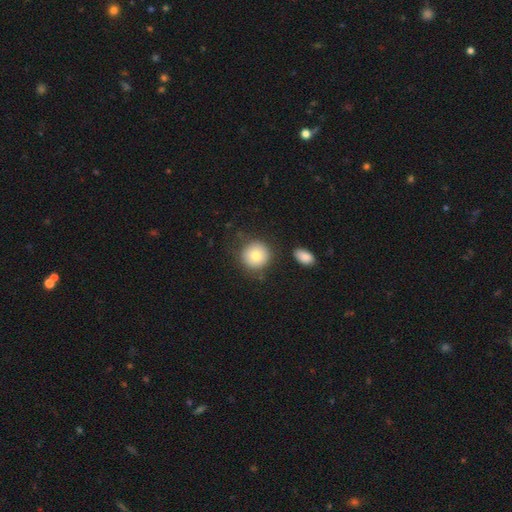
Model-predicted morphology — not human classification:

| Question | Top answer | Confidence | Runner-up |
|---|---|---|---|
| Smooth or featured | smooth | 79% | featured or disk (12%) |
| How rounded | round | 93% | in between (6%) |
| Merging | none | 78% | minor disturbance (12%) |